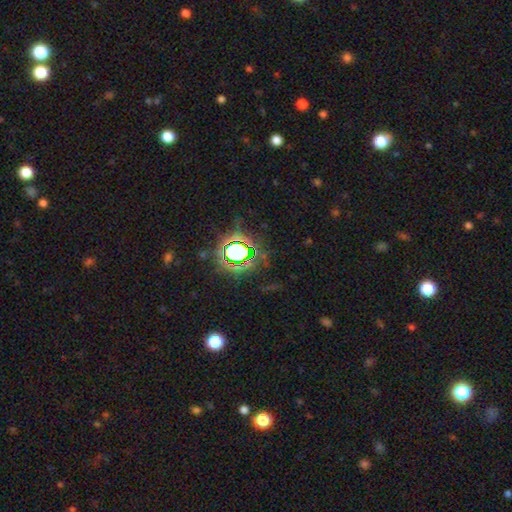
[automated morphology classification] This appears to be a star or artifact, not a galaxy (78%).